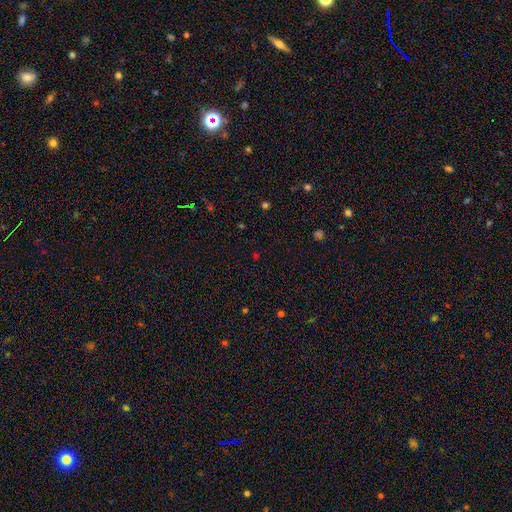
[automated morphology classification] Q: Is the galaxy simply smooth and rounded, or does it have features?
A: star or artifact — 56%.